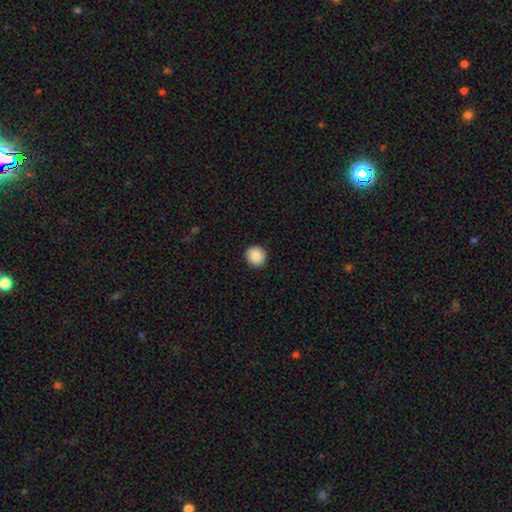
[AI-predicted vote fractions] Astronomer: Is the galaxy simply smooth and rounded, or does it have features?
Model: smooth — 89%.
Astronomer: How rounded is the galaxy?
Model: round — 94%.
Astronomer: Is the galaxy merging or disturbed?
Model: none — 92%.